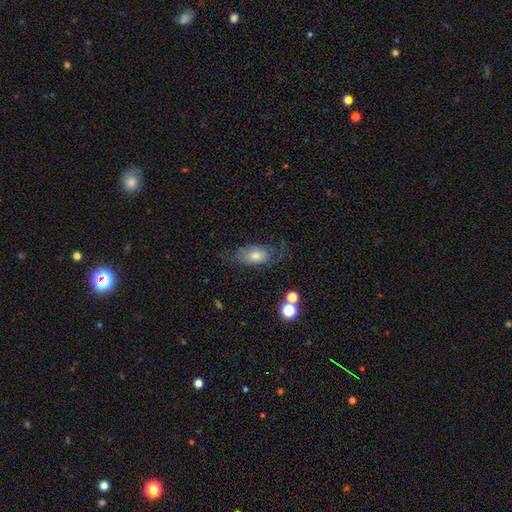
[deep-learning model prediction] smooth_or_featured: smooth (p=0.52) [alt: featured or disk p=0.38]
how_rounded: in between (p=0.86) [alt: round p=0.08]
merging: none (p=0.54) [alt: minor disturbance p=0.24]